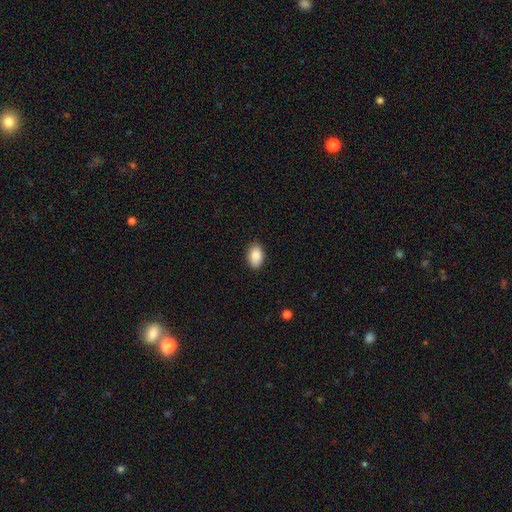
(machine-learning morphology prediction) A smooth galaxy with no disk features (88%) that is in between round and cigar-shaped (91%).

Vote fractions:
- Smooth or featured? smooth: 88% / star or artifact: 7% / featured or disk: 5%
- How rounded? in between: 91% / round: 7% / cigar-shaped: 1%
- Merging? none: 87% / minor disturbance: 10% / major disturbance: 2% / merger: 1%